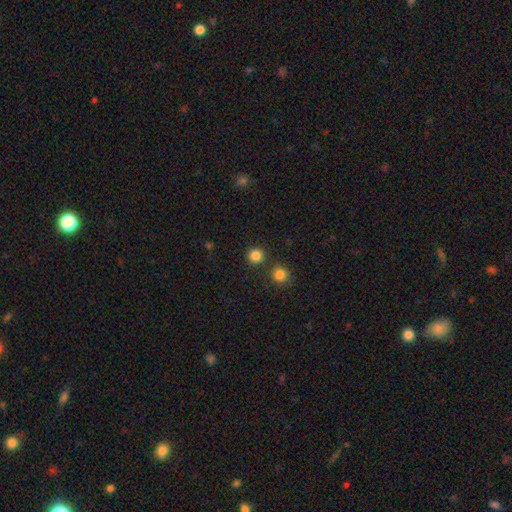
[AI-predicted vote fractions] Q: Smooth or featured?
A: smooth (85%); runner-up: star or artifact (12%)
Q: How rounded?
A: round (94%); runner-up: in between (5%)
Q: Merging?
A: none (86%); runner-up: merger (6%)